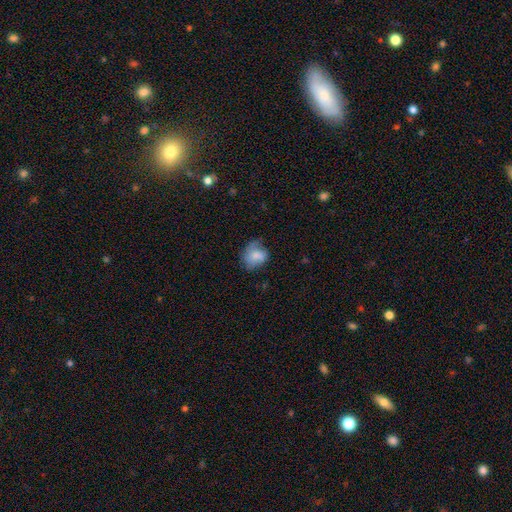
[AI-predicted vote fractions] Overall: smooth (72%). How rounded: round (51%; in between 48%). Merging: none (49%; minor disturbance 34%).